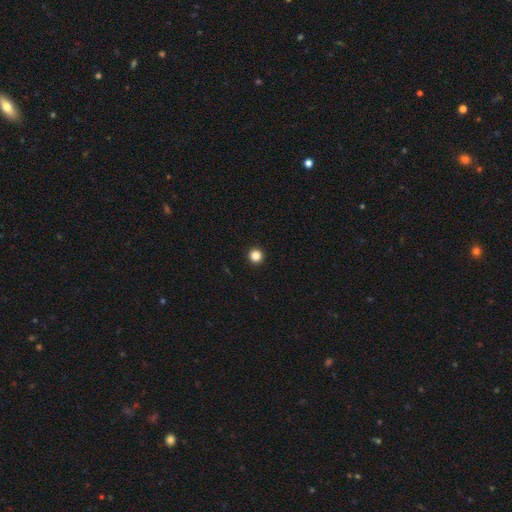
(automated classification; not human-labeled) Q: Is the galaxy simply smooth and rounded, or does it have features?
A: smooth — 86%.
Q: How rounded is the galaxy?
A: round — 96%.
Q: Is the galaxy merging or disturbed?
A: none — 94%.